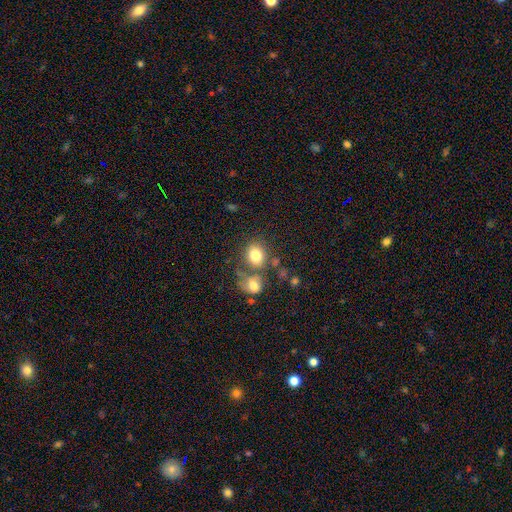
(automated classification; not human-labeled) A smooth galaxy with no disk features (79%) that is round (55%).

Vote fractions:
- Smooth or featured? smooth: 79% / featured or disk: 11% / star or artifact: 10%
- How rounded? round: 55% / in between: 44% / cigar-shaped: 1%
- Merging? none: 52% / merger: 29% / minor disturbance: 13% / major disturbance: 7%